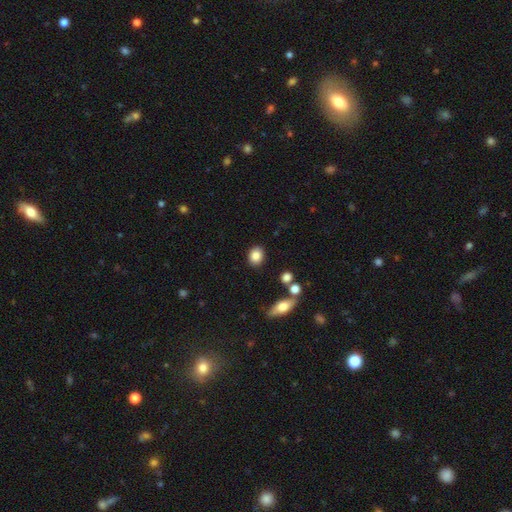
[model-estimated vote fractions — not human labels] A smooth galaxy with no disk features (86%) that is round (51%).

Vote fractions:
- Smooth or featured? smooth: 86% / star or artifact: 8% / featured or disk: 6%
- How rounded? round: 51% / in between: 47% / cigar-shaped: 1%
- Merging? none: 87% / minor disturbance: 8% / merger: 3% / major disturbance: 3%